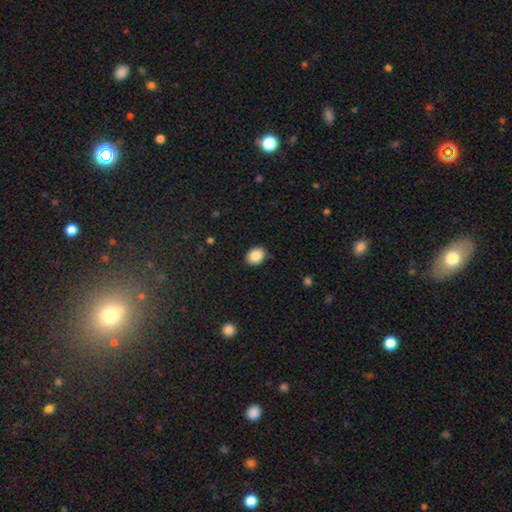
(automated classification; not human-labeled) Smooth or featured? Predicted: smooth (p=0.87). How rounded? Predicted: in between (p=0.61). Merging? Predicted: none (p=0.89).